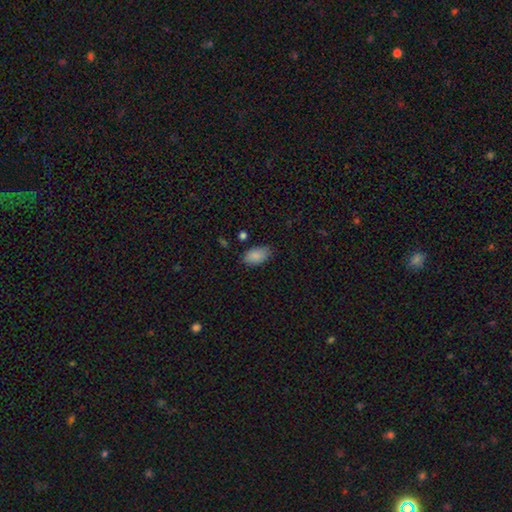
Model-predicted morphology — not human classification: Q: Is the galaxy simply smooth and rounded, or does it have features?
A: smooth — 88%.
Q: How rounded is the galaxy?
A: in between — 92%.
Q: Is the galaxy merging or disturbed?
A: none — 80%.